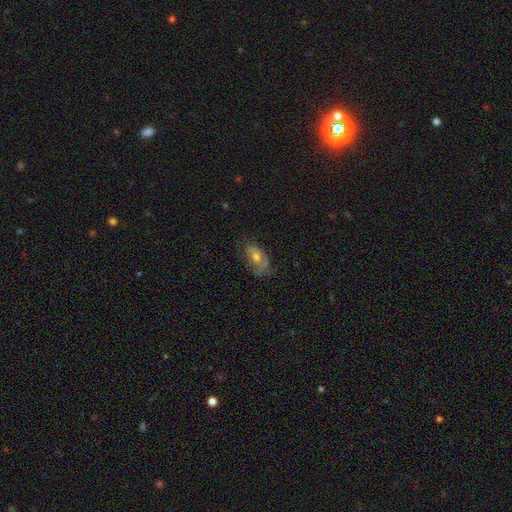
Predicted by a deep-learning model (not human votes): Q: Smooth or featured?
A: featured or disk (48%); runner-up: smooth (32%)
Q: Merging?
A: none (68%); runner-up: minor disturbance (21%)